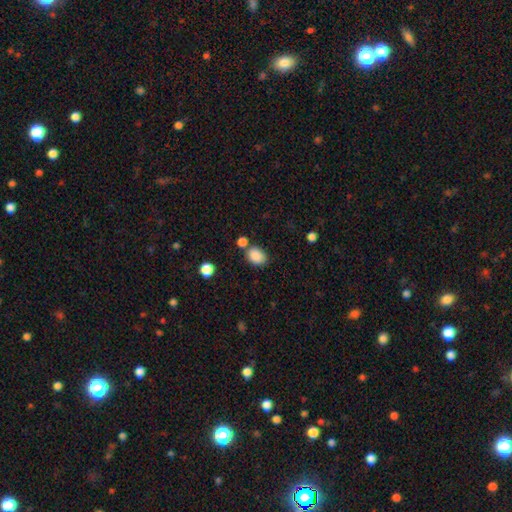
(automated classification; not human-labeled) Smooth or featured? smooth (87%)
How rounded? in between (67%)
Merging? none (69%)